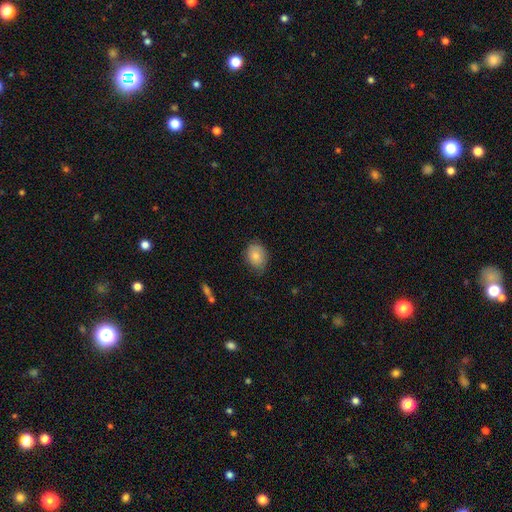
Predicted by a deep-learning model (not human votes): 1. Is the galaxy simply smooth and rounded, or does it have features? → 77% smooth, 16% featured or disk, 7% star or artifact.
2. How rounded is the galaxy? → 60% in between, 39% round, 1% cigar-shaped.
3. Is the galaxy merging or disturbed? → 66% none, 27% minor disturbance, 6% major disturbance, 1% merger.